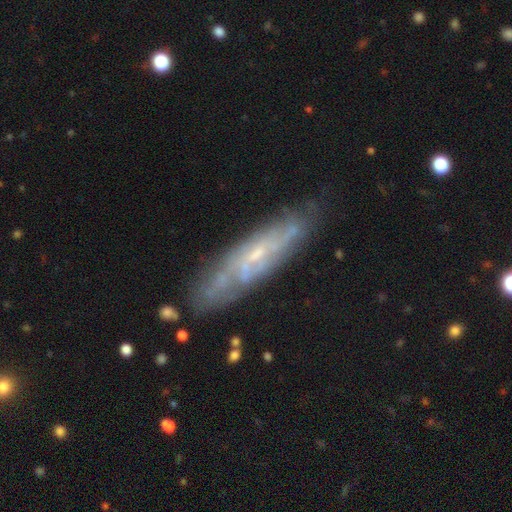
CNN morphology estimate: Smooth or featured? featured or disk (73%)
Edge-on disk? no (64%)
Merging? none (75%)